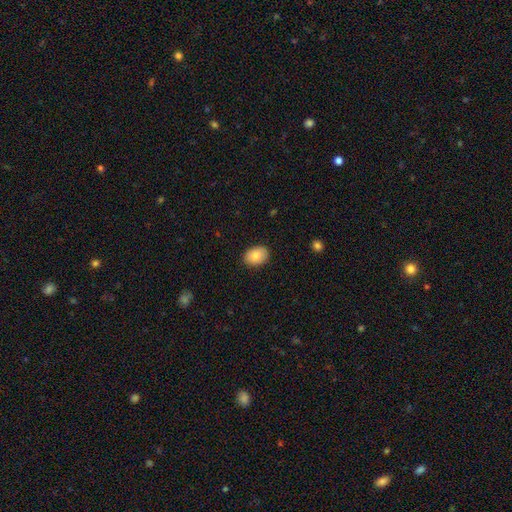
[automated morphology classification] Smooth or featured? Predicted: smooth (p=0.84). How rounded? Predicted: in between (p=0.78). Merging? Predicted: none (p=0.88).